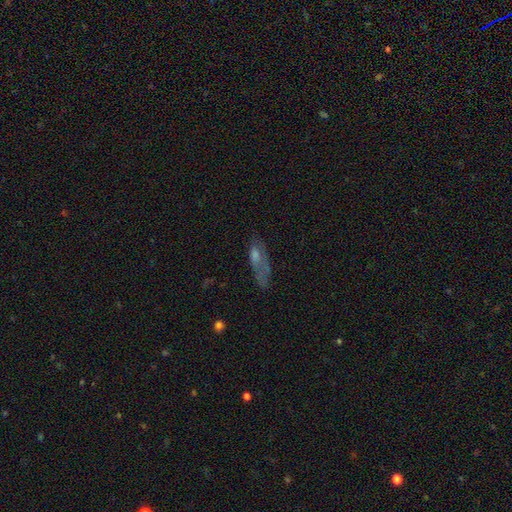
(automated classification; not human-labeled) Smooth or featured?
  - smooth: 46% *
  - featured or disk: 38%
  - star or artifact: 16%
Merging?
  - none: 44% *
  - major disturbance: 26%
  - minor disturbance: 25%
  - merger: 5%